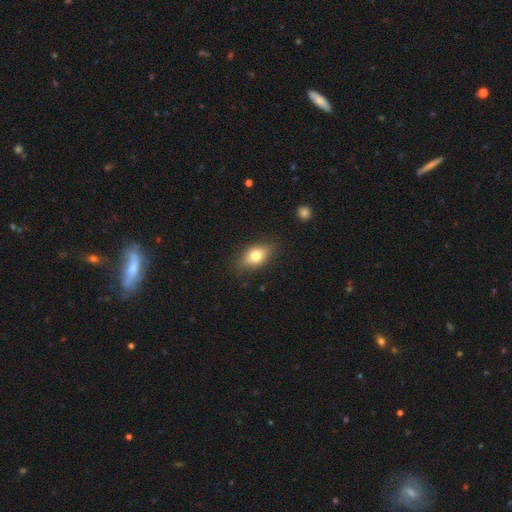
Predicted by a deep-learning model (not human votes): A smooth galaxy with no disk features (77%) that is in between round and cigar-shaped (82%).

Vote fractions:
- Smooth or featured? smooth: 77% / featured or disk: 15% / star or artifact: 9%
- How rounded? in between: 82% / round: 14% / cigar-shaped: 3%
- Merging? none: 82% / minor disturbance: 13% / major disturbance: 3% / merger: 1%